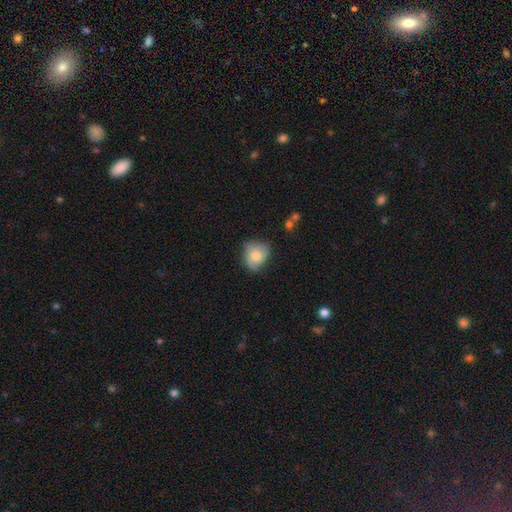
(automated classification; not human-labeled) This is likely a smooth galaxy (69%). How rounded: likely round (63%). Merging: possibly none (59%).